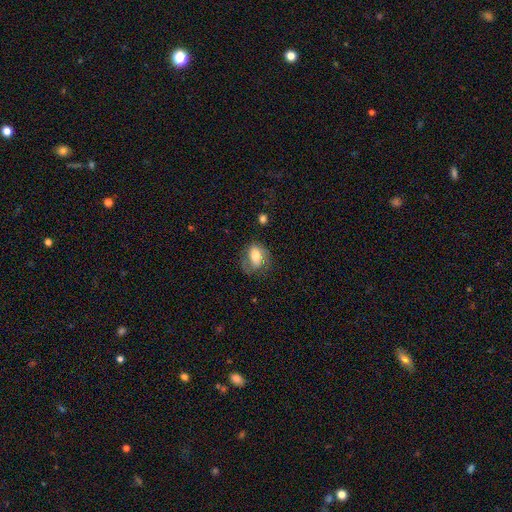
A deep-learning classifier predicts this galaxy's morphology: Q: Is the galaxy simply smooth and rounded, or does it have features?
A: smooth — 67%.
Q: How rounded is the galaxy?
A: in between — 74%.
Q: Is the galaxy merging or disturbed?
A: none — 53%.